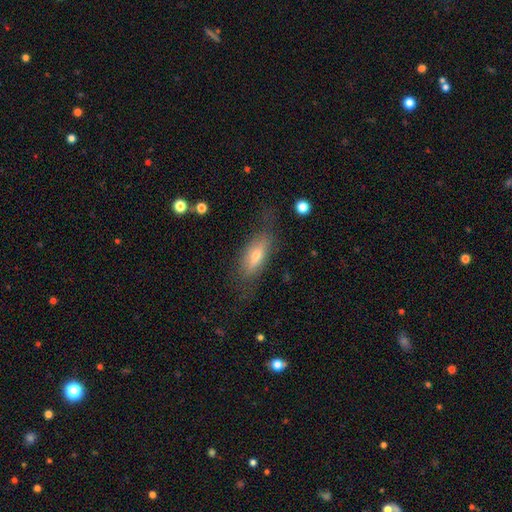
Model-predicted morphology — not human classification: Smooth or featured: smooth — 57% (featured or disk — 35%)
How rounded: in between — 58% (cigar-shaped — 39%)
Merging: none — 67% (minor disturbance — 21%)